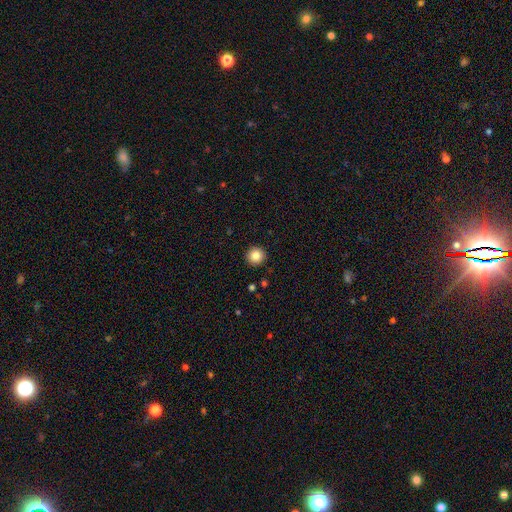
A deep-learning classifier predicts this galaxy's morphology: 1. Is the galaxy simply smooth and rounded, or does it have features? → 84% smooth, 10% star or artifact, 6% featured or disk.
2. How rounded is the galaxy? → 95% round, 4% in between, 1% cigar-shaped.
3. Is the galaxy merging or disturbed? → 93% none, 5% minor disturbance, 1% major disturbance, 1% merger.